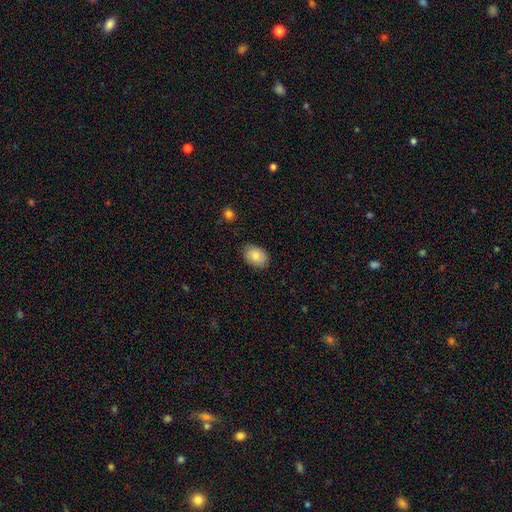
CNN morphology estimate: Smooth or featured: smooth — 84% (featured or disk — 9%)
How rounded: in between — 77% (round — 22%)
Merging: none — 84% (minor disturbance — 13%)